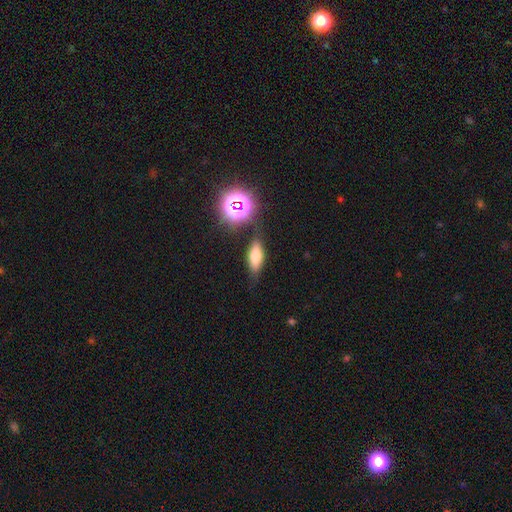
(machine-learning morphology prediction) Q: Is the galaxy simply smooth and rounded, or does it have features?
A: smooth — 63%.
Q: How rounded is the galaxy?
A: in between — 66%.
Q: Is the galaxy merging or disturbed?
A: none — 78%.